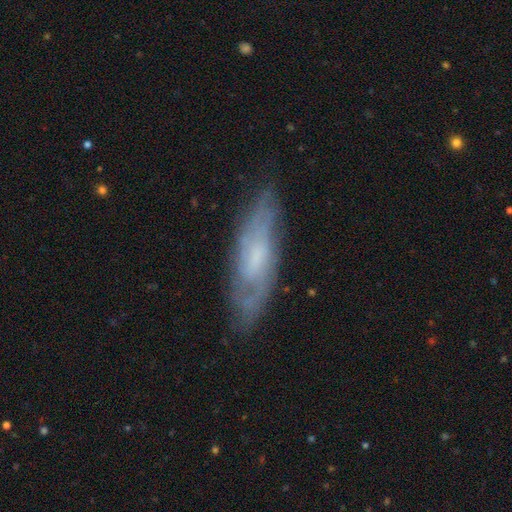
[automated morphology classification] Smooth or featured: featured or disk — 62% (smooth — 31%)
Edge-on disk: no — 70% (yes — 30%)
Merging: none — 76% (minor disturbance — 18%)